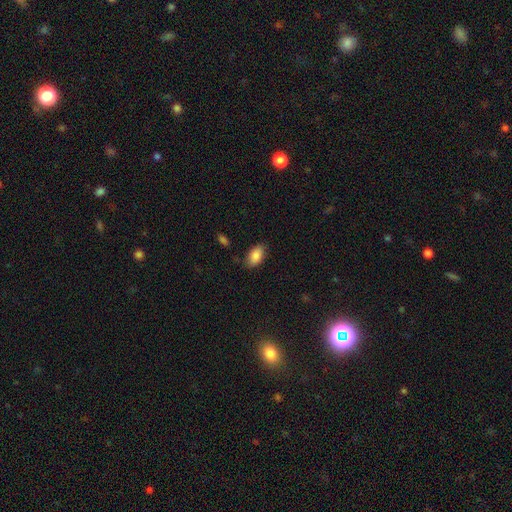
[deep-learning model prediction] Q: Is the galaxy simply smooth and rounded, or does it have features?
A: smooth — 87%.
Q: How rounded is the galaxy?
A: in between — 93%.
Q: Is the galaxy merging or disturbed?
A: none — 82%.